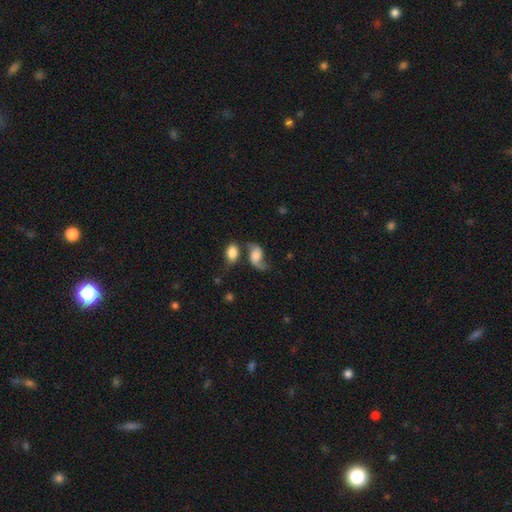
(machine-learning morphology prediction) Q: Smooth or featured?
A: featured or disk (73%); runner-up: smooth (19%)
Q: Edge-on disk?
A: no (96%); runner-up: yes (4%)
Q: Bar?
A: no (60%); runner-up: weak (31%)
Q: Spiral arms?
A: yes (94%); runner-up: no (6%)
Q: Spiral winding?
A: loose (77%); runner-up: medium (19%)
Q: Spiral arm count?
A: 2 (90%); runner-up: 1 (5%)
Q: Bulge size?
A: large (29%); runner-up: moderate (27%)
Q: Merging?
A: none (46%); runner-up: merger (26%)